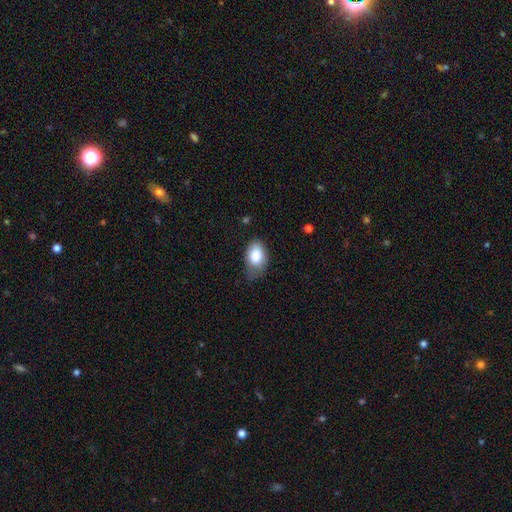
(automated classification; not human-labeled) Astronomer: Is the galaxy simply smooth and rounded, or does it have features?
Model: smooth — 81%.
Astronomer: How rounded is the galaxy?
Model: in between — 87%.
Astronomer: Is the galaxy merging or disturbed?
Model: none — 54% (runner-up: minor disturbance, 35%).